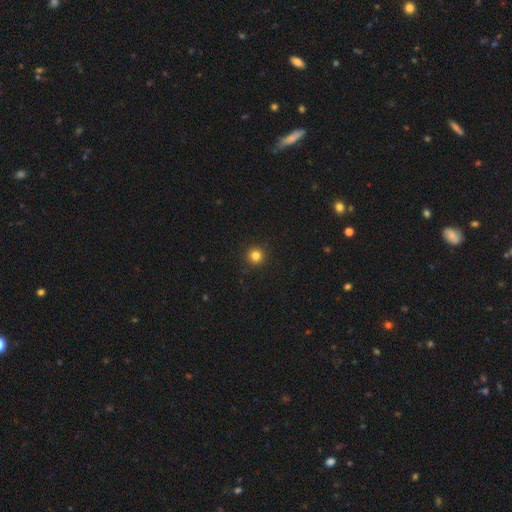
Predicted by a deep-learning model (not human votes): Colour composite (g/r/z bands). It shows a smooth galaxy with no disk features (82%) that is round (96%). Merging: none (93%).